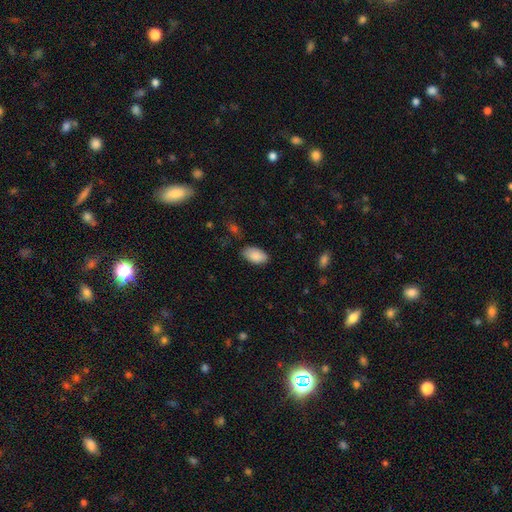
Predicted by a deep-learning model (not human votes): Smooth or featured?
  - smooth: 88% *
  - star or artifact: 6%
  - featured or disk: 6%
How rounded?
  - in between: 95% *
  - round: 3%
  - cigar-shaped: 2%
Merging?
  - none: 81% *
  - minor disturbance: 14%
  - major disturbance: 3%
  - merger: 1%